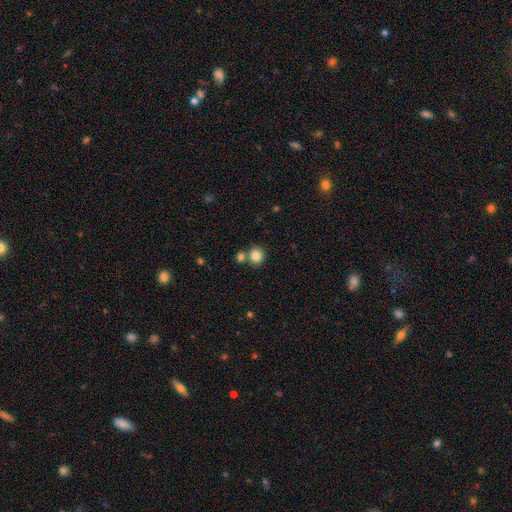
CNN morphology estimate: A smooth galaxy with no disk features (83%) that is round (81%).

Vote fractions:
- Smooth or featured? smooth: 83% / star or artifact: 10% / featured or disk: 7%
- How rounded? round: 81% / in between: 18% / cigar-shaped: 1%
- Merging? none: 64% / merger: 25% / minor disturbance: 9% / major disturbance: 3%